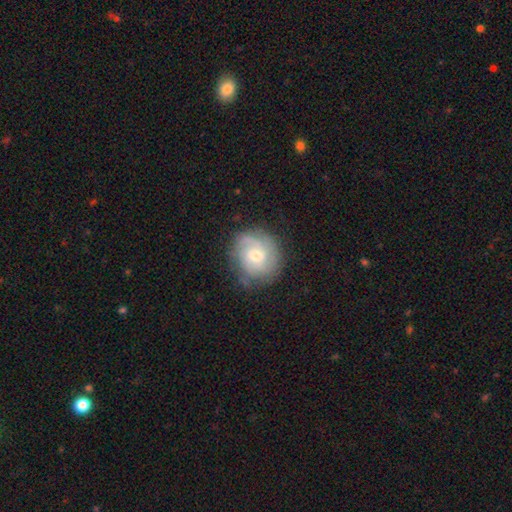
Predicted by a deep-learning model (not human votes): Morphology: type=featured or disk (71%); edge-on=no (98%); bar=no (63%); spiral arms=yes (92%); winding=tight (55%); arm count=can't tell (30%); bulge=moderate (61%); merging=none (76%).